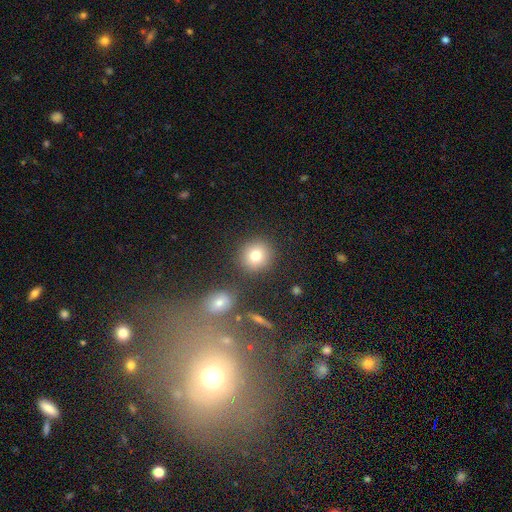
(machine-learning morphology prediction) A smooth galaxy with no disk features (79%) that is round (90%).

Vote fractions:
- Smooth or featured? smooth: 79% / star or artifact: 12% / featured or disk: 9%
- How rounded? round: 90% / in between: 9% / cigar-shaped: 1%
- Merging? none: 84% / minor disturbance: 7% / merger: 5% / major disturbance: 3%